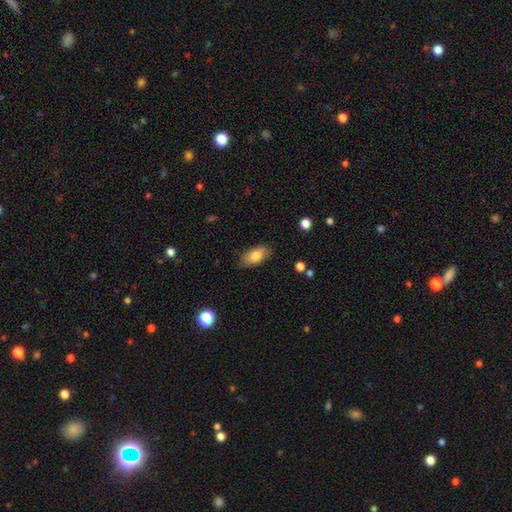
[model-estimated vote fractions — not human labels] The model was most divided on "merging": none: 82%, minor disturbance: 14%, major disturbance: 3%, merger: 1%. More confident: how rounded — in between (90%); smooth or featured — smooth (82%).